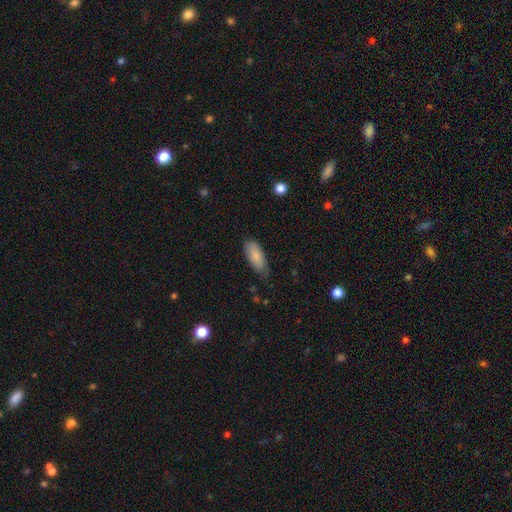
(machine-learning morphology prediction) smooth_or_featured: smooth (p=0.83) [alt: featured or disk p=0.11]
how_rounded: in between (p=0.84) [alt: cigar-shaped p=0.14]
merging: none (p=0.63) [alt: minor disturbance p=0.30]